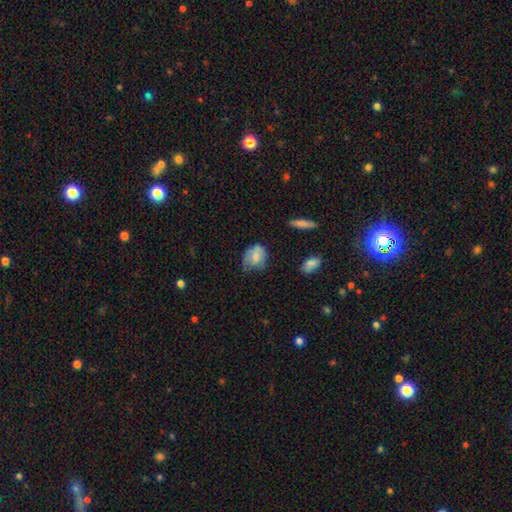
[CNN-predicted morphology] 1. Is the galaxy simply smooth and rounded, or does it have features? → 70% smooth, 23% featured or disk, 8% star or artifact.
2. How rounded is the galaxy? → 57% in between, 41% round, 2% cigar-shaped.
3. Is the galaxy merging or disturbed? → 44% none, 38% minor disturbance, 15% major disturbance, 3% merger.